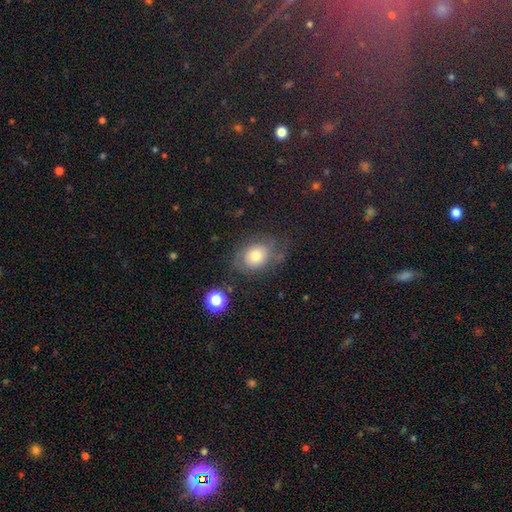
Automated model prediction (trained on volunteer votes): smooth 53%, featured or disk 34%, star or artifact 12%. Down the decision tree: how rounded — in between (59%); merging — none (58%).